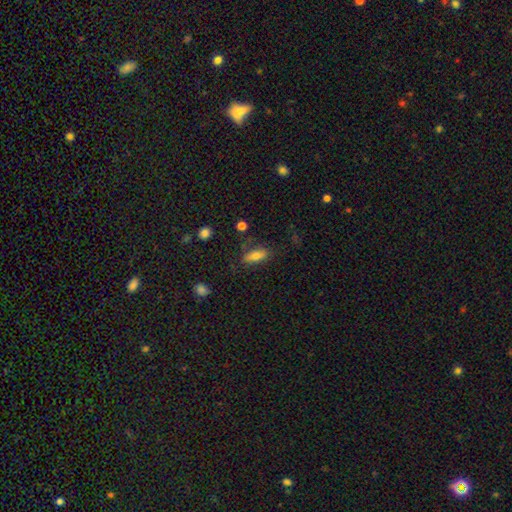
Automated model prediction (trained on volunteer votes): smooth 74%, featured or disk 17%, star or artifact 8%. Down the decision tree: how rounded — in between (75%); merging — none (73%).